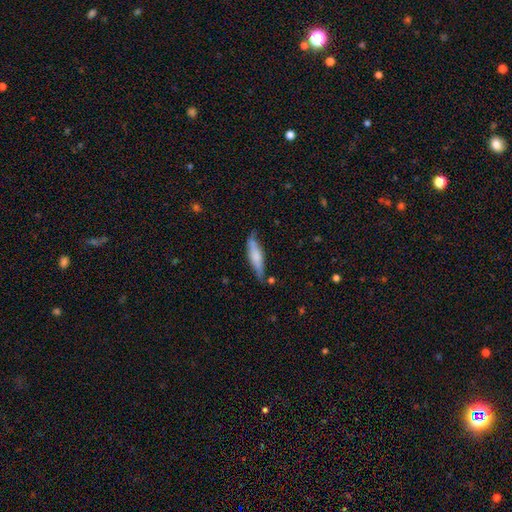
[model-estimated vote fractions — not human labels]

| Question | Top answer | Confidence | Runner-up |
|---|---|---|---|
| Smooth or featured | smooth | 65% | featured or disk (29%) |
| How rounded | cigar-shaped | 70% | in between (29%) |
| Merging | none | 66% | minor disturbance (25%) |